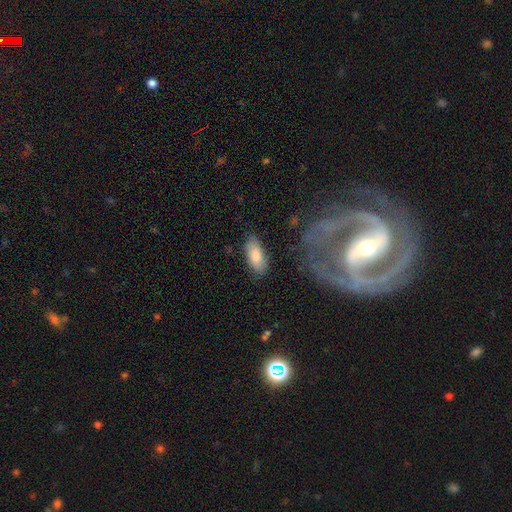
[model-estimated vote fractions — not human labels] Overall: smooth (82%). How rounded: in between (86%). Merging: none (76%).